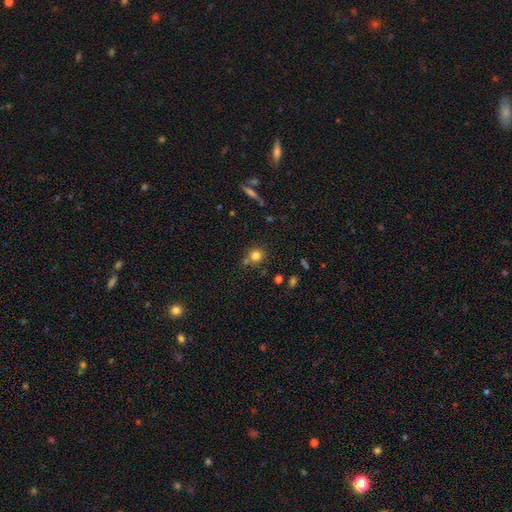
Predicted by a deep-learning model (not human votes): Morphology: type=smooth (79%); roundness=round (89%); merging=none (68%).